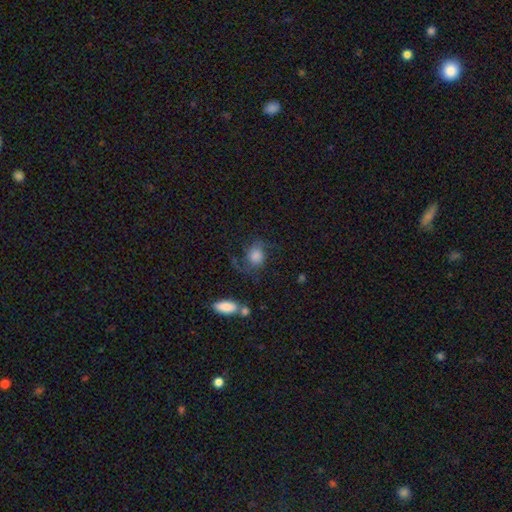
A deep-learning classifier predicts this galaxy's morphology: type=smooth (54%); roundness=round (58%); merging=none (51%).